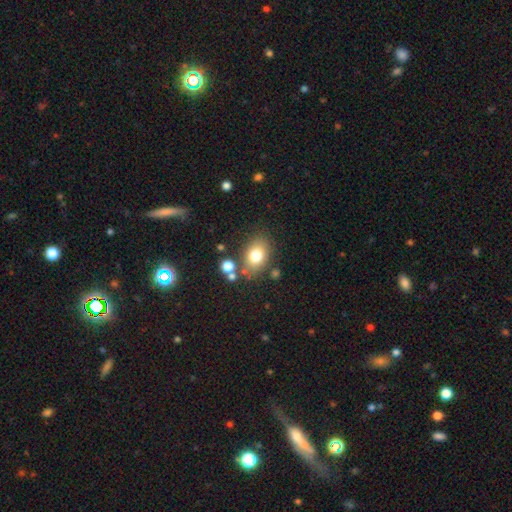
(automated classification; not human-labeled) Smooth or featured? Predicted: smooth (p=0.76). How rounded? Predicted: in between (p=0.68). Merging? Predicted: none (p=0.75).